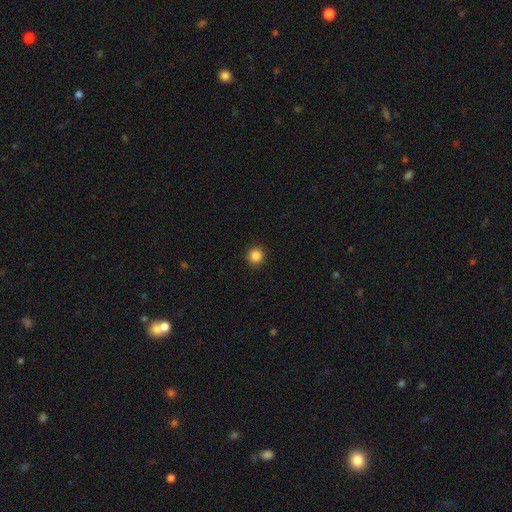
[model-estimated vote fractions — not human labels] A smooth galaxy with no disk features (86%) that is round (94%). Merging: none (93%).